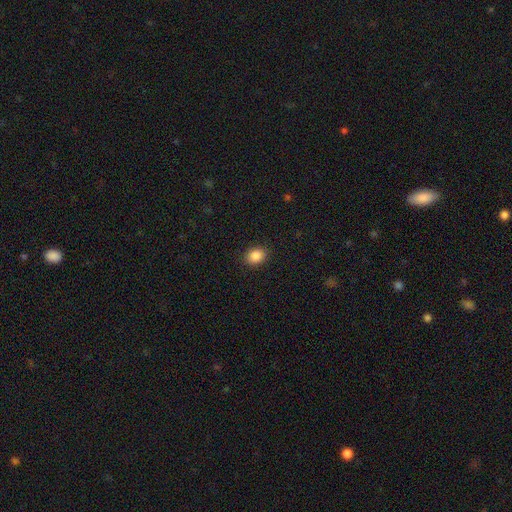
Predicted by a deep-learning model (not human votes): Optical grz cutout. It shows a smooth galaxy with no disk features (87%) that is in between round and cigar-shaped (61%). Merging: none (89%).